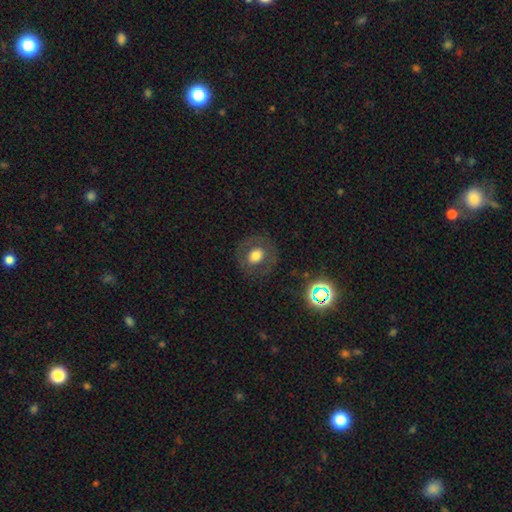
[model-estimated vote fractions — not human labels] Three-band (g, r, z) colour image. It shows a smooth galaxy with no disk features (59%) that is round (75%). Merging: none (81%).